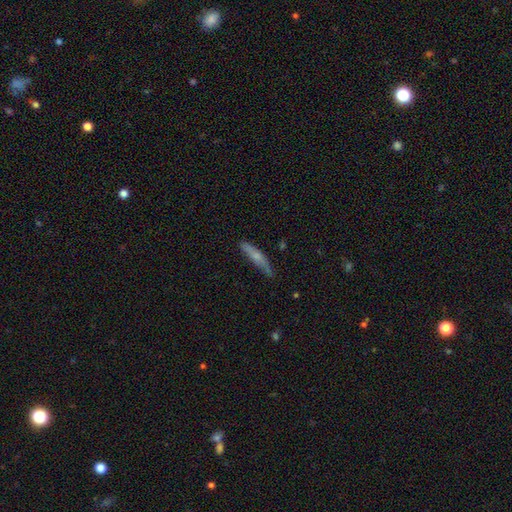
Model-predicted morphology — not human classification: Smooth or featured: smooth — 55% (featured or disk — 38%)
How rounded: cigar-shaped — 89% (in between — 10%)
Merging: none — 70% (minor disturbance — 23%)